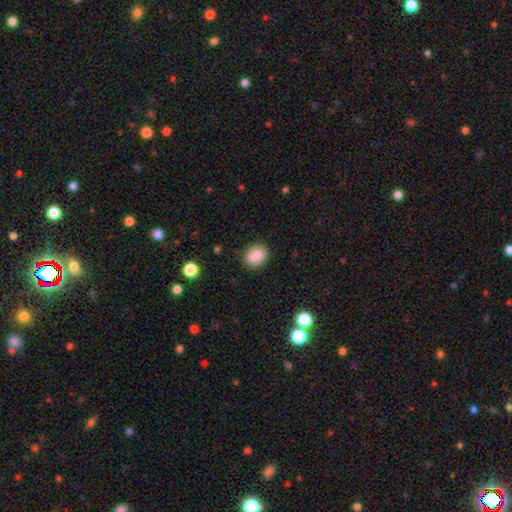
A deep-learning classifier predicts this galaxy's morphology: smooth 87%, star or artifact 8%, featured or disk 5%. Down the decision tree: how rounded — in between (64%); merging — none (85%).